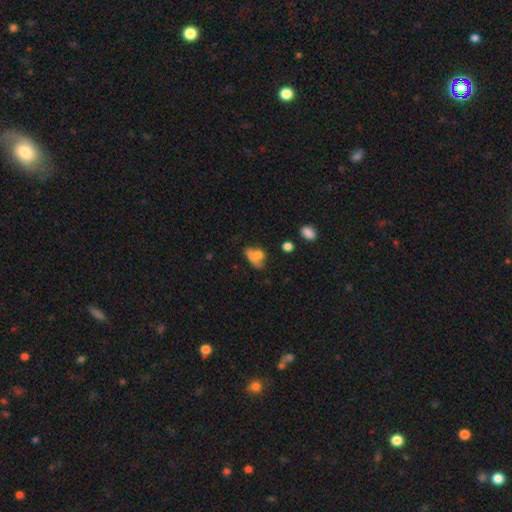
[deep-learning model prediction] A smooth galaxy with no disk features (63%) that is in between round and cigar-shaped (74%).

Vote fractions:
- Smooth or featured? smooth: 63% / featured or disk: 25% / star or artifact: 13%
- How rounded? in between: 74% / round: 20% / cigar-shaped: 5%
- Merging? merger: 36% / none: 28% / minor disturbance: 18% / major disturbance: 17%